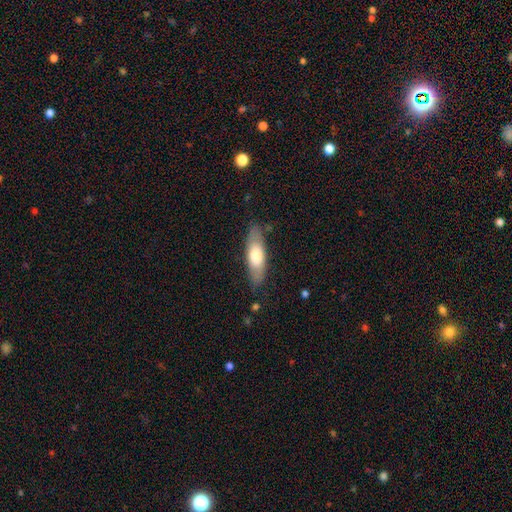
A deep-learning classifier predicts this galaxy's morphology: Smooth or featured? Predicted: smooth (p=0.65). How rounded? Predicted: cigar-shaped (p=0.50). Merging? Predicted: none (p=0.83).